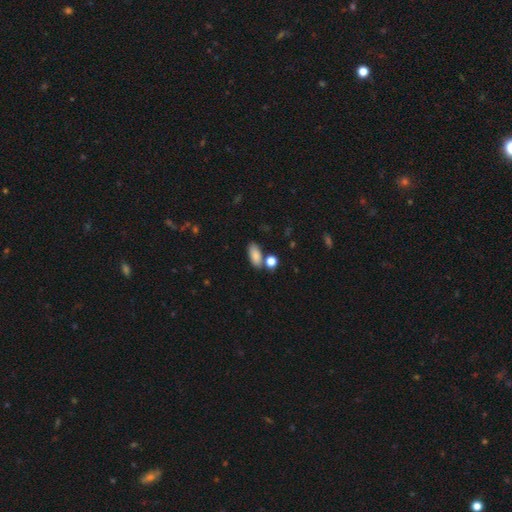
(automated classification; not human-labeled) Smooth or featured? smooth (85%)
How rounded? in between (86%)
Merging? none (66%)